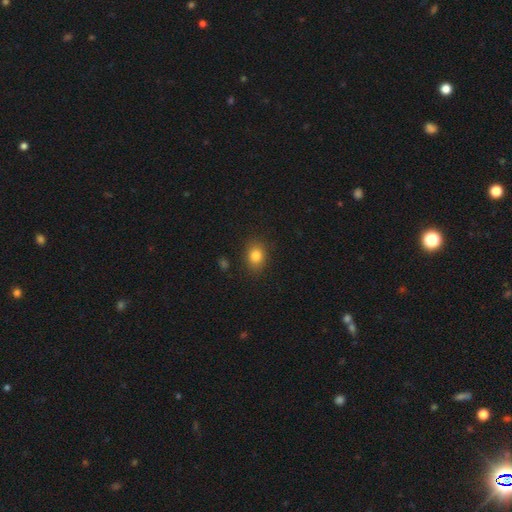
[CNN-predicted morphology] A smooth galaxy with no disk features (83%) that is in between round and cigar-shaped (59%).

Vote fractions:
- Smooth or featured? smooth: 83% / star or artifact: 10% / featured or disk: 6%
- How rounded? in between: 59% / round: 40% / cigar-shaped: 1%
- Merging? none: 84% / minor disturbance: 11% / major disturbance: 3% / merger: 2%